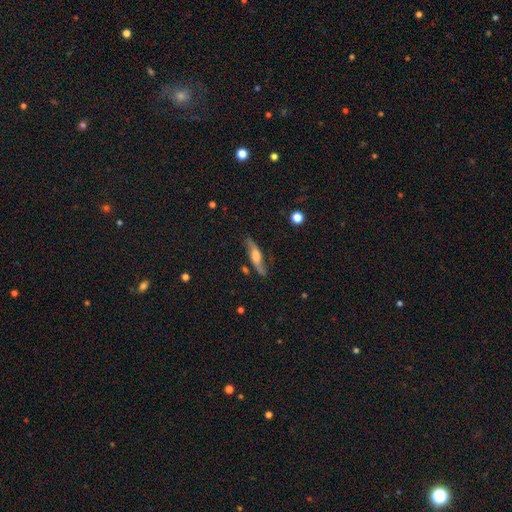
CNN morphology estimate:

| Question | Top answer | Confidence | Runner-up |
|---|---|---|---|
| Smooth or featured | featured or disk | 71% | smooth (22%) |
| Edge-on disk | no | 54% | yes (46%) |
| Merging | none | 77% | minor disturbance (16%) |